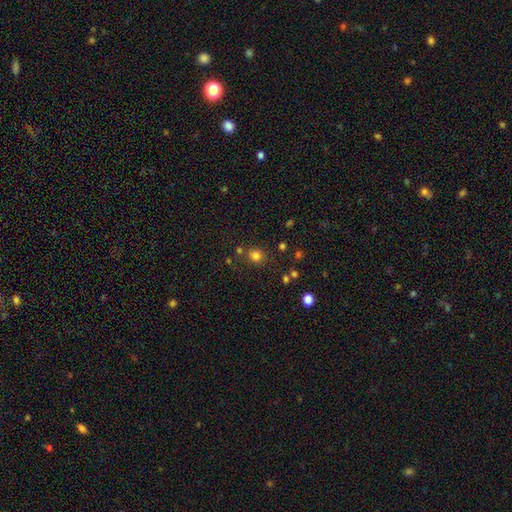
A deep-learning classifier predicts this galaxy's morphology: Q: Smooth or featured?
A: smooth (79%); runner-up: star or artifact (16%)
Q: How rounded?
A: round (85%); runner-up: in between (15%)
Q: Merging?
A: none (78%); runner-up: minor disturbance (10%)